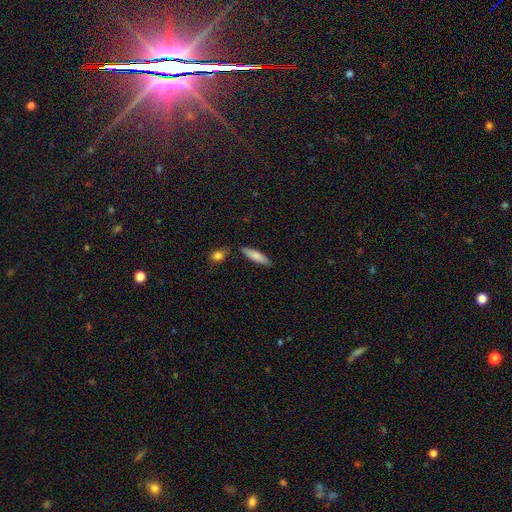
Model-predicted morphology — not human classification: Smooth or featured? smooth (78%)
How rounded? cigar-shaped (72%)
Merging? none (83%)